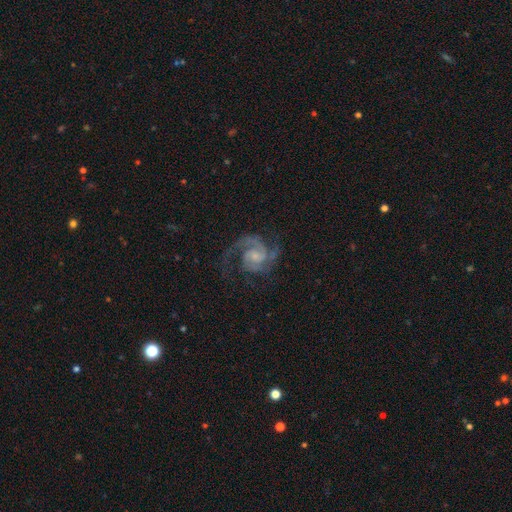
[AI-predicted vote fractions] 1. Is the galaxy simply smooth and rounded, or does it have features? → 91% featured or disk, 5% smooth, 5% star or artifact.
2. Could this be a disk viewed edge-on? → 98% no, 2% yes.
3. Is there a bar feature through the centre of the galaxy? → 57% no, 36% weak, 6% strong.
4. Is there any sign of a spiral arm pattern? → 98% yes, 2% no.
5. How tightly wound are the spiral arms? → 52% medium, 37% tight, 11% loose.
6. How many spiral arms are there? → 68% 2, 16% 3, 6% can't tell, 5% 1, 3% 4, 3% more than 4.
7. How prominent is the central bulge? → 51% small, 27% moderate, 16% none, 4% large, 1% dominant.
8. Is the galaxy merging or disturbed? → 66% none, 17% minor disturbance, 16% major disturbance, 1% merger.